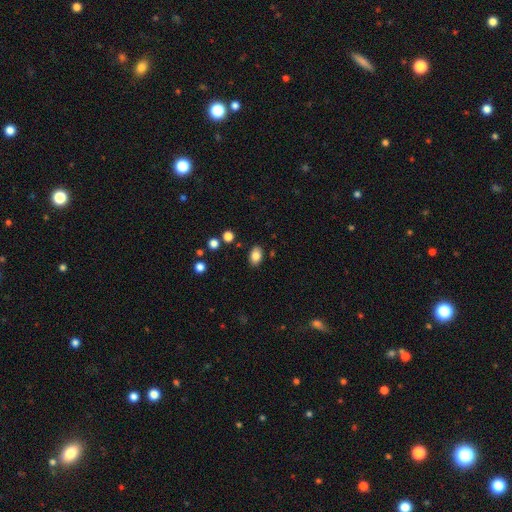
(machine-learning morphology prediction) Q: Smooth or featured?
A: smooth (84%); runner-up: star or artifact (9%)
Q: How rounded?
A: in between (84%); runner-up: round (15%)
Q: Merging?
A: none (85%); runner-up: minor disturbance (10%)